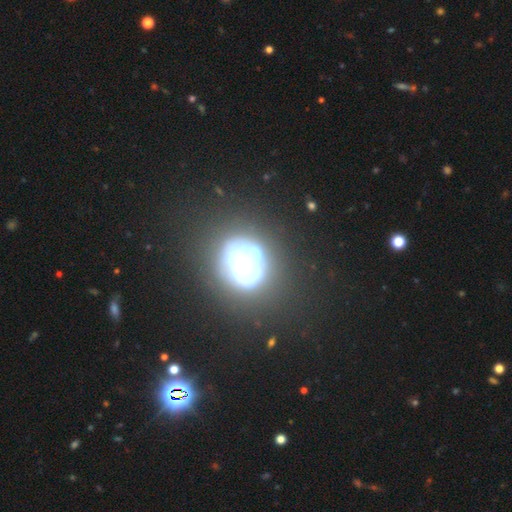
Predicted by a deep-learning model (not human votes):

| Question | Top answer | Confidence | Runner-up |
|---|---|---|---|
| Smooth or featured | featured or disk | 57% | smooth (26%) |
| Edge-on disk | no | 93% | yes (7%) |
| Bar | no | 82% | weak (9%) |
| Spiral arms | no | 77% | yes (23%) |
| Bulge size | large | 41% | dominant (30%) |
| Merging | none | 50% | major disturbance (21%) |